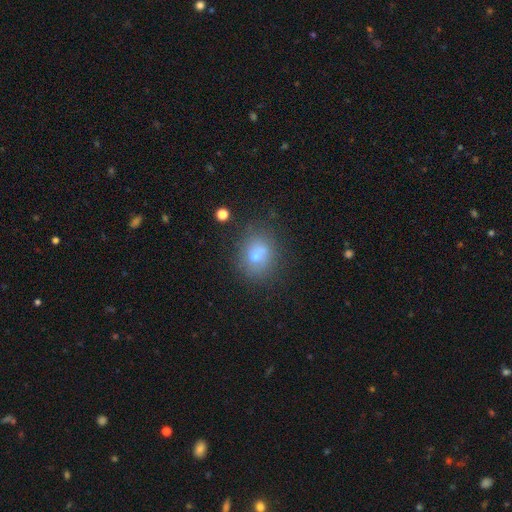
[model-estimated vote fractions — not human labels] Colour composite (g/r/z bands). It shows a smooth galaxy with no disk features (66%) that is round (65%). Merging: none (76%).